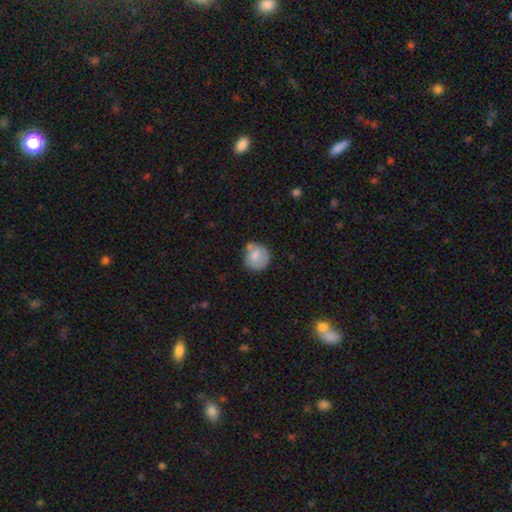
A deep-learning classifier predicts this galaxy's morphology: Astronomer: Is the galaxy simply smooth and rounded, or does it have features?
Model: smooth — 72%.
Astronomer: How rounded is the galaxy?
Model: round — 84%.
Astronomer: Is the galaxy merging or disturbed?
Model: none — 62%.